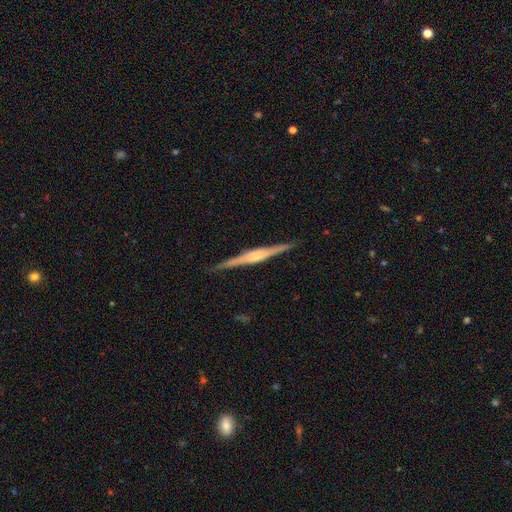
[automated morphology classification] type=featured or disk (79%); edge-on=yes (98%); edge-on bulge=rounded (57%); merging=none (90%).